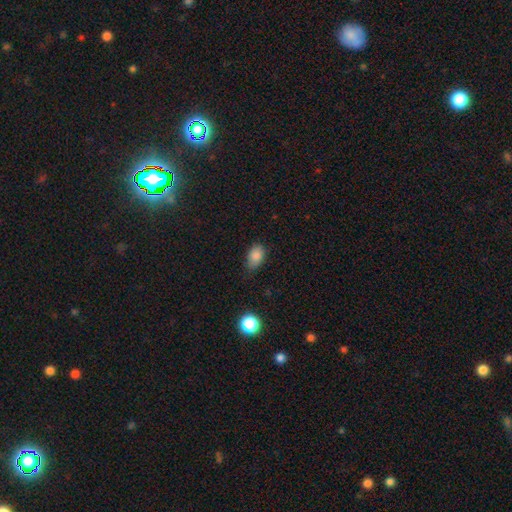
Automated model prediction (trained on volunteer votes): This is clearly a smooth galaxy (85%). How rounded: clearly in between (86%). Merging: likely none (69%).